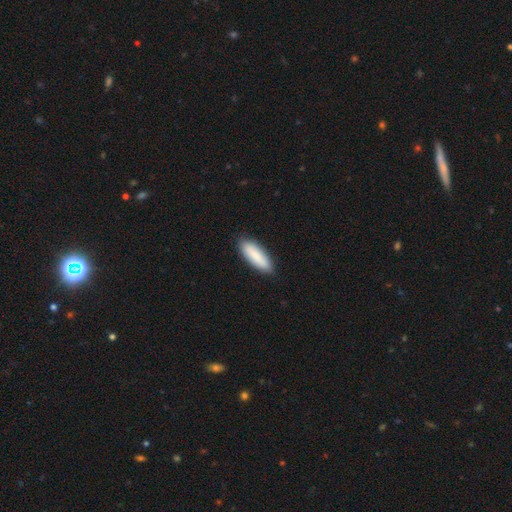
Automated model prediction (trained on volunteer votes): Smooth or featured: smooth — 86% (featured or disk — 8%)
How rounded: in between — 53% (cigar-shaped — 46%)
Merging: none — 88% (minor disturbance — 9%)